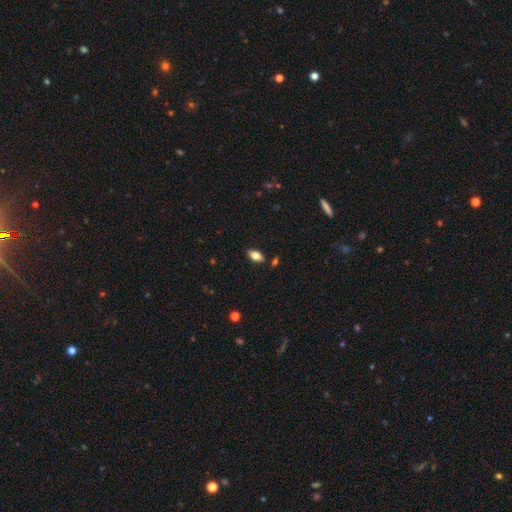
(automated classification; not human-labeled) Smooth or featured? Predicted: smooth (p=0.75). How rounded? Predicted: in between (p=0.90). Merging? Predicted: none (p=0.84).